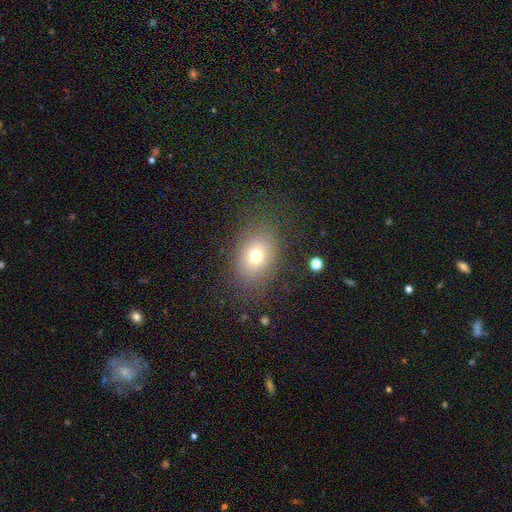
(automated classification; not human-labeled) smooth_or_featured: smooth (p=0.71) [alt: star or artifact p=0.15]
how_rounded: in between (p=0.63) [alt: round p=0.36]
merging: none (p=0.80) [alt: minor disturbance p=0.11]